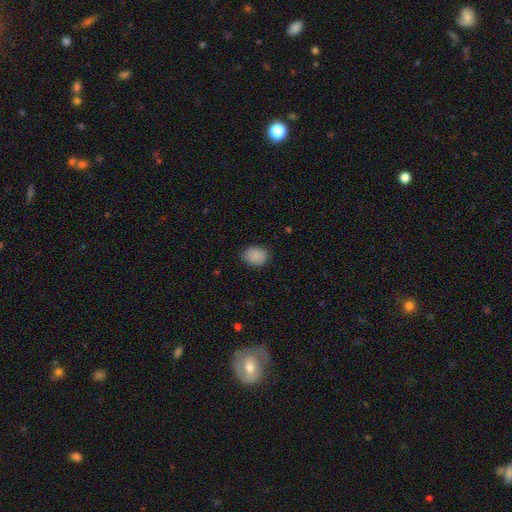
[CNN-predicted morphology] Overall: smooth (88%). How rounded: round (51%; in between 48%). Merging: none (84%).